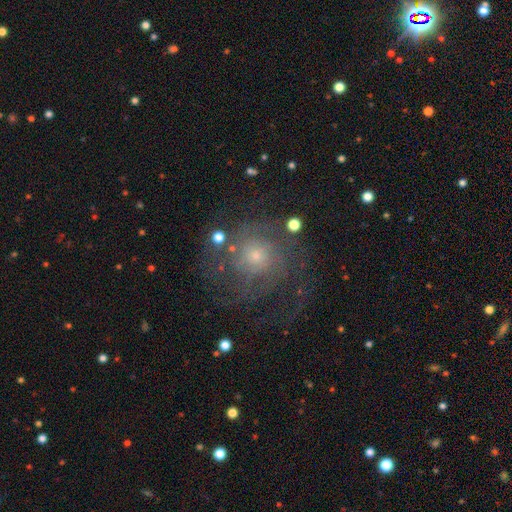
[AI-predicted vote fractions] A featured or disk galaxy (69%) with no bar (80%), tight (52%) spiral arms (86%) and a small central bulge (66%).

Vote fractions:
- Smooth or featured? featured or disk: 69% / smooth: 19% / star or artifact: 12%
- Edge-on disk? no: 97% / yes: 3%
- Bar? no: 80% / weak: 17% / strong: 3%
- Spiral arms? yes: 86% / no: 14%
- Spiral winding? tight: 52% / medium: 34% / loose: 14%
- Spiral arm count? can't tell: 41% / 2: 21% / 3: 15% / 4: 9% / 1: 7% / more than 4: 7%
- Bulge size? small: 66% / moderate: 26% / none: 4% / large: 3% / dominant: 1%
- Merging? none: 64% / major disturbance: 18% / minor disturbance: 16% / merger: 3%